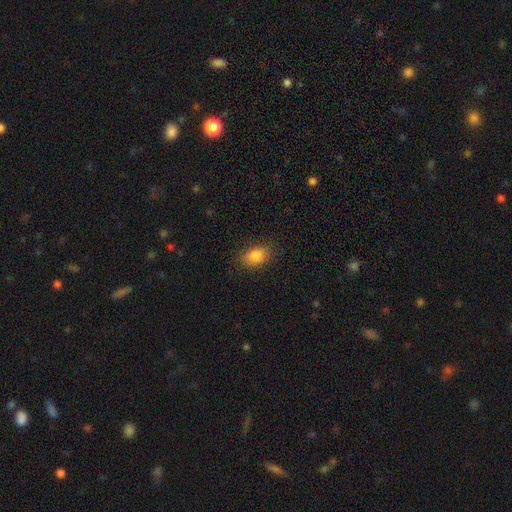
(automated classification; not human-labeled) smooth_or_featured: smooth (p=0.84) [alt: star or artifact p=0.09]
how_rounded: in between (p=0.84) [alt: round p=0.14]
merging: none (p=0.84) [alt: minor disturbance p=0.12]